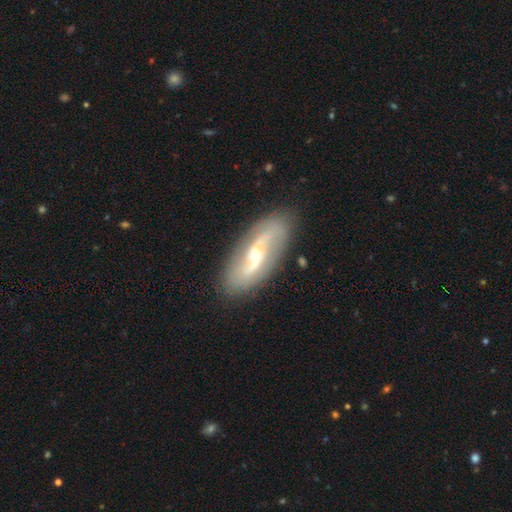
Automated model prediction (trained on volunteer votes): This is clearly a featured or disk galaxy (81%). It is clearly not viewed edge-on (90%). Bar: marginally weak (42%). Spiral arm pattern: clearly yes (86%). Spiral arm count: clearly 2 (88%). Spiral winding: likely loose (60%). Central bulge: possibly moderate (53%). Merging: clearly none (86%).